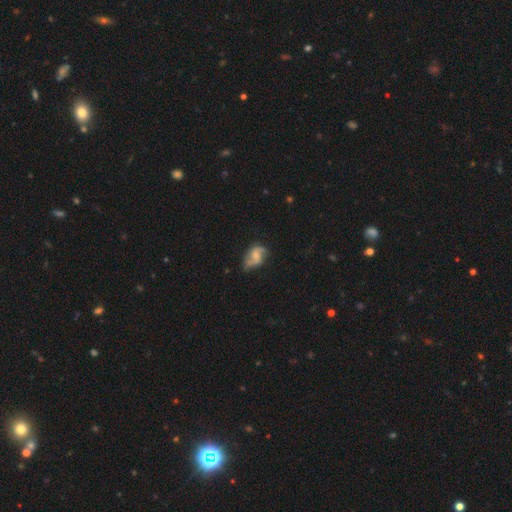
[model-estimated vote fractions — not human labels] featured or disk 61%, smooth 31%, star or artifact 8%. Down the decision tree: edge-on disk — no (97%); bar — no (52%); spiral arms — yes (84%); bulge size — small (43%); merging — none (48%).